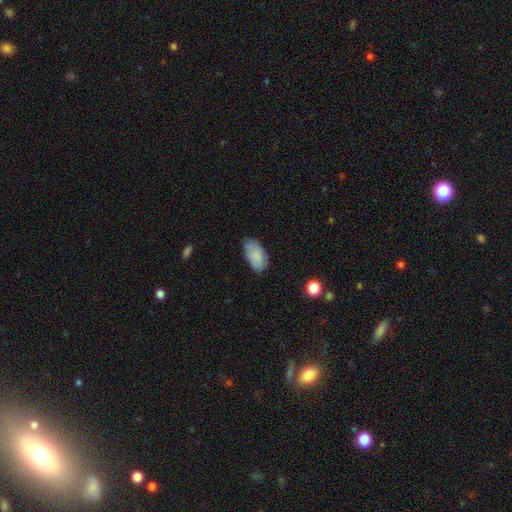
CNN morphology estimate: The model was most divided on "merging": none: 72%, minor disturbance: 23%, major disturbance: 4%, merger: 1%. More confident: how rounded — in between (94%); smooth or featured — smooth (83%).